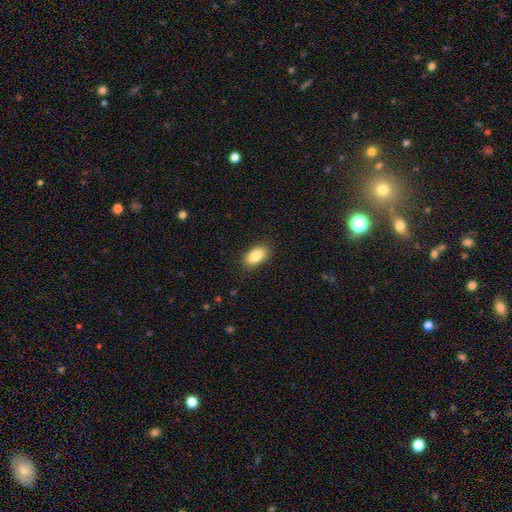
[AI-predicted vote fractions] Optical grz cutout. It shows a smooth galaxy with no disk features (86%) that is in between round and cigar-shaped (92%). Merging: none (87%).